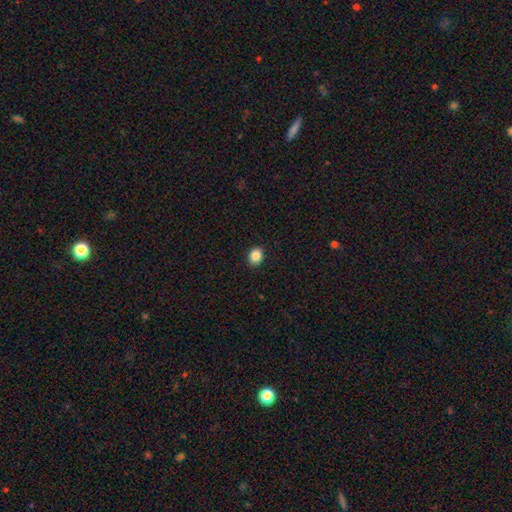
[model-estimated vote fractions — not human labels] A smooth galaxy with no disk features (87%) that is in between round and cigar-shaped (56%). Merging: none (90%).